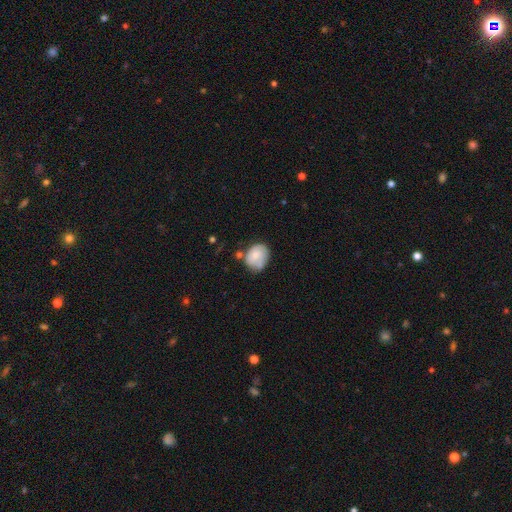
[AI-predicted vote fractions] Smooth or featured? smooth (67%)
How rounded? round (52%)
Merging? none (48%)